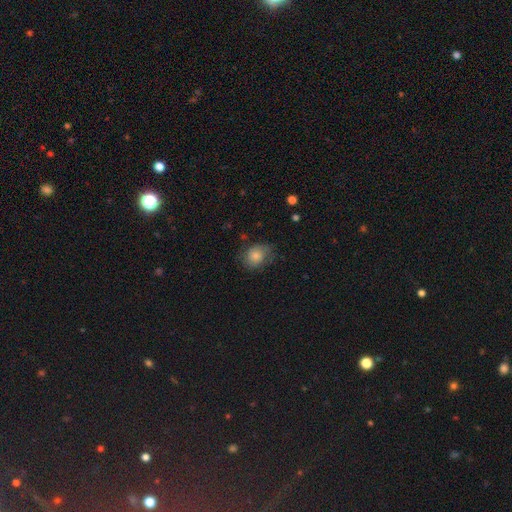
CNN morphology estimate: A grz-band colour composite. It shows a smooth galaxy with no disk features (70%) that is round (56%). Merging: none (61%).